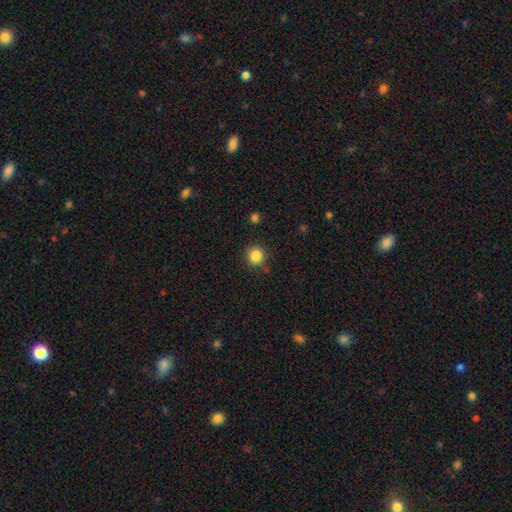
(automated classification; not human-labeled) The model was most divided on "smooth or featured": smooth: 85%, star or artifact: 11%, featured or disk: 4%. More confident: how rounded — round (93%); merging — none (88%).